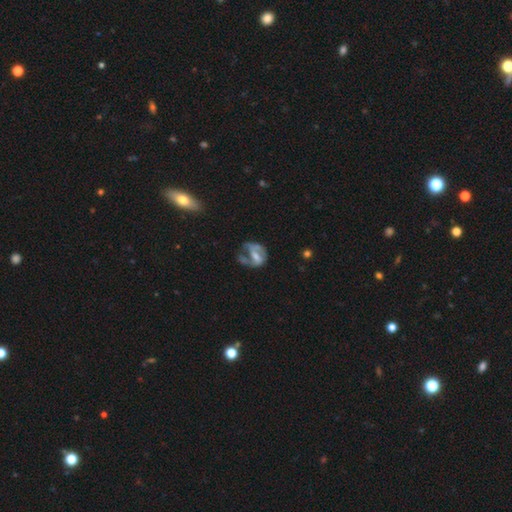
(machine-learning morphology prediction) Smooth or featured? Predicted: featured or disk (p=0.58). Edge-on disk? Predicted: no (p=0.96). Bar? Predicted: no (p=0.42). Spiral arms? Predicted: no (p=0.54). Bulge size? Predicted: moderate (p=0.35). Merging? Predicted: major disturbance (p=0.38).